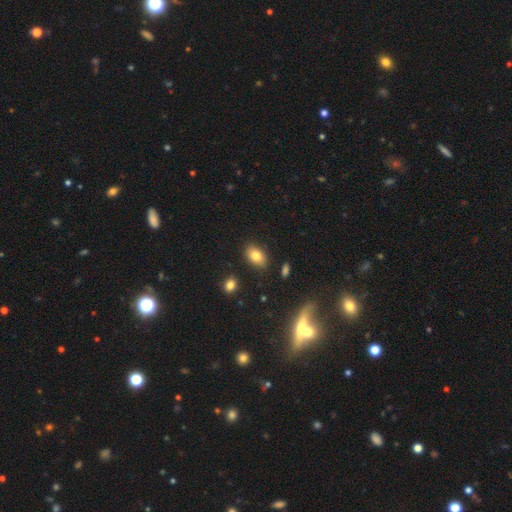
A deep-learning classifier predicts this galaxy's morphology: Overall: smooth (81%). How rounded: in between (87%). Merging: none (84%).